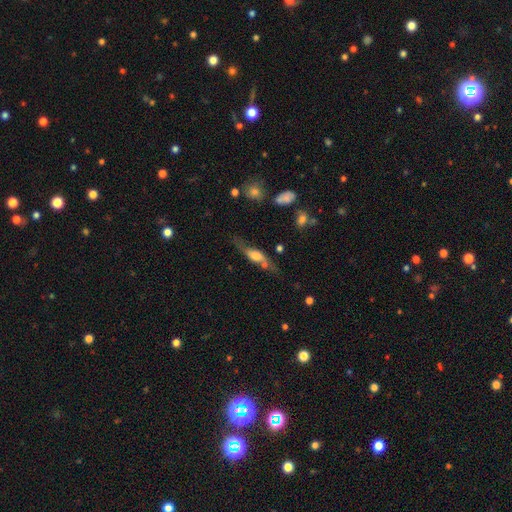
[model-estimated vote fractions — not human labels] Overall: featured or disk (54%; smooth 39%). Edge-on disk: yes (72%). Merging: none (60%; minor disturbance 21%).